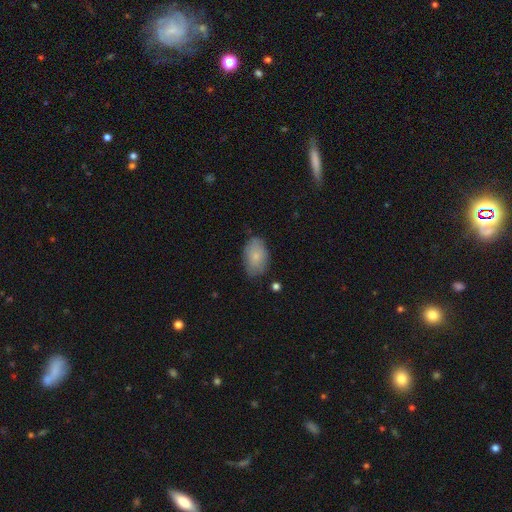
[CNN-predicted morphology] smooth 79%, featured or disk 15%, star or artifact 6%. Down the decision tree: how rounded — in between (90%); merging — none (75%).